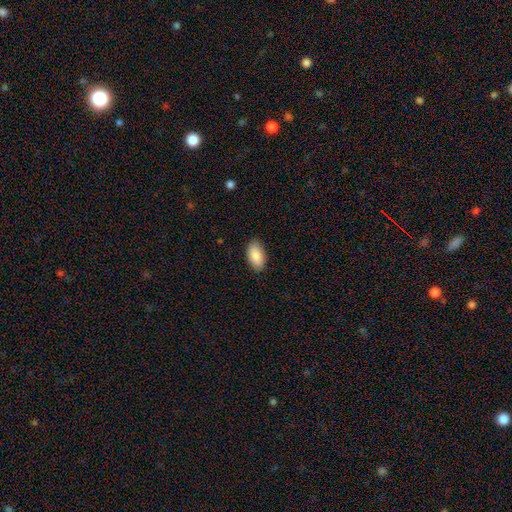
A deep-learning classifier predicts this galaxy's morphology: smooth_or_featured: smooth (p=0.88) [alt: star or artifact p=0.06]
how_rounded: in between (p=0.95) [alt: round p=0.03]
merging: none (p=0.88) [alt: minor disturbance p=0.09]